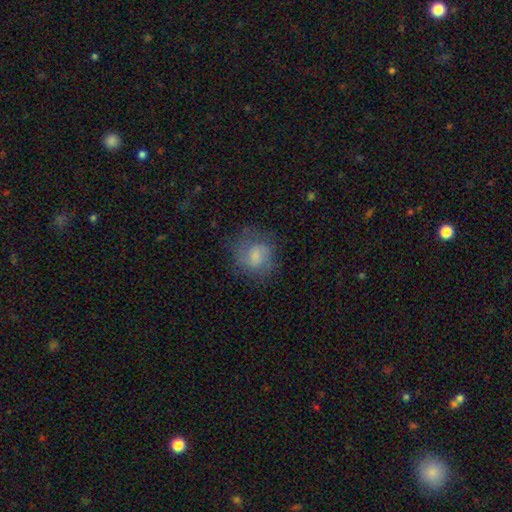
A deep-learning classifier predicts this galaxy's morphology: Overall: smooth (60%; featured or disk 31%). How rounded: round (79%). Merging: none (67%).